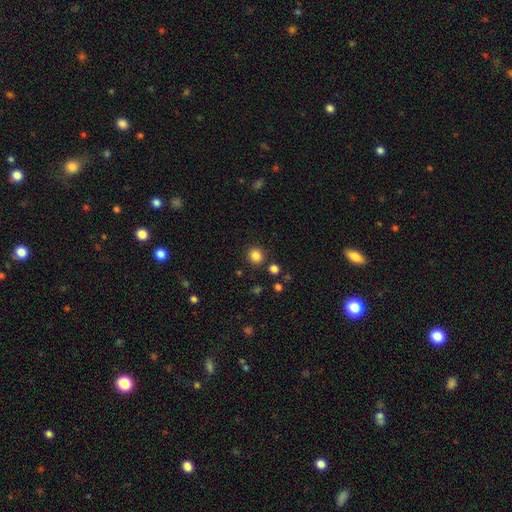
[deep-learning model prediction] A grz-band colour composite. It shows a smooth galaxy with no disk features (85%) that is round (83%). Merging: none (87%).